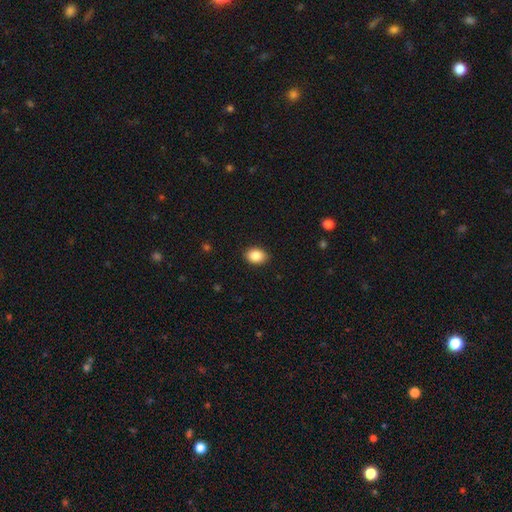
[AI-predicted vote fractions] Smooth or featured: smooth — 88% (star or artifact — 8%)
How rounded: in between — 71% (round — 28%)
Merging: none — 89% (minor disturbance — 8%)